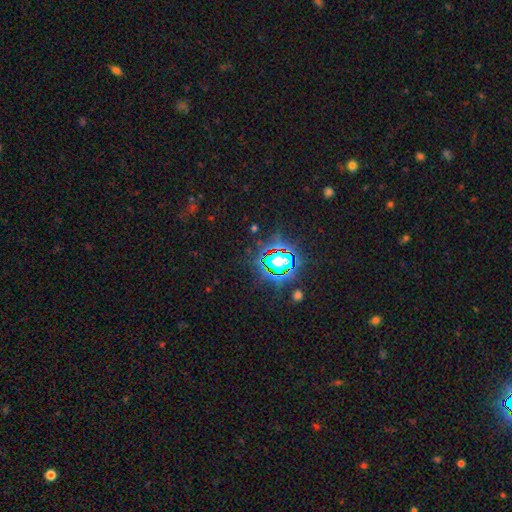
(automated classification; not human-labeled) star or artifact 80%, smooth 13%, featured or disk 7%.